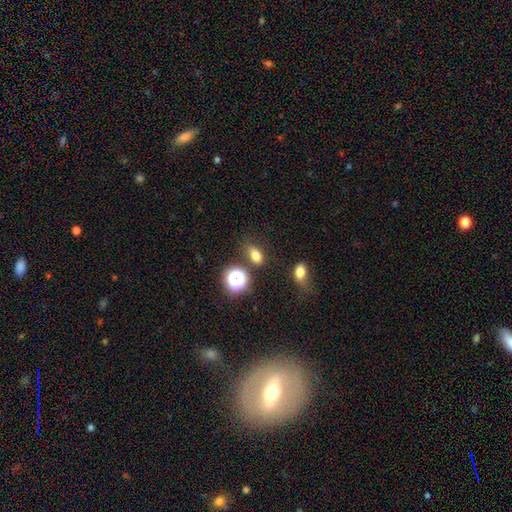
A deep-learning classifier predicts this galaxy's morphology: Smooth or featured: smooth — 74% (star or artifact — 18%)
How rounded: in between — 74% (round — 23%)
Merging: none — 74% (minor disturbance — 14%)